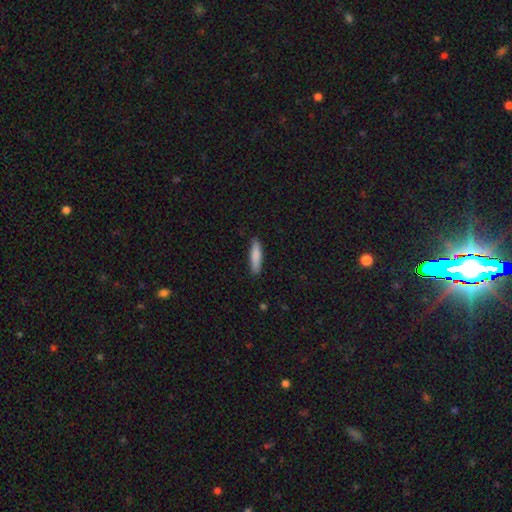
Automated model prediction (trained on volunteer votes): A smooth galaxy with no disk features (84%) that is cigar-shaped (75%).

Vote fractions:
- Smooth or featured? smooth: 84% / featured or disk: 11% / star or artifact: 6%
- How rounded? cigar-shaped: 75% / in between: 23% / round: 1%
- Merging? none: 86% / minor disturbance: 11% / major disturbance: 2% / merger: 1%